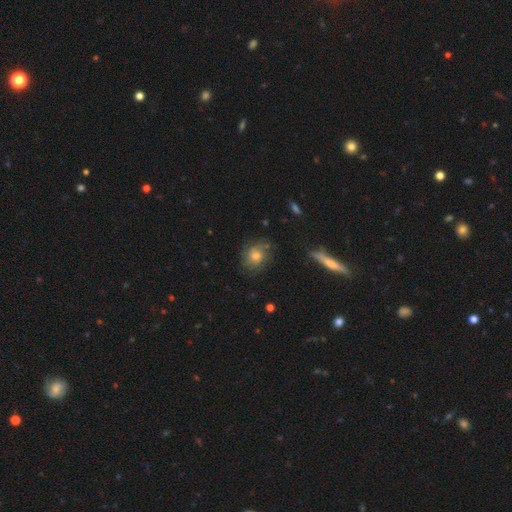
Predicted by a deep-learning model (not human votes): This appears to be a featured or disk galaxy (50%). Merging: none (69%).